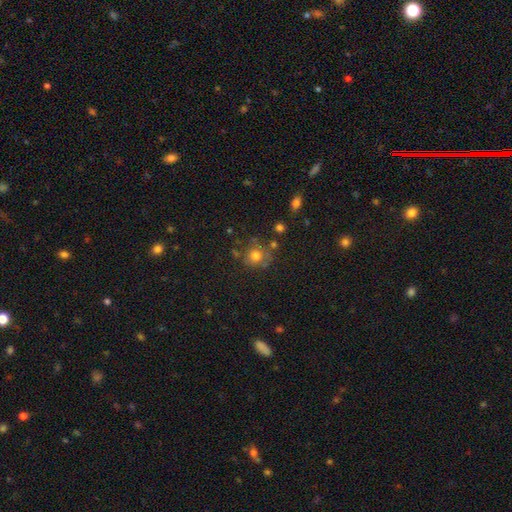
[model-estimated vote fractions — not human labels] Morphology: type=smooth (73%); roundness=round (86%); merging=none (66%).